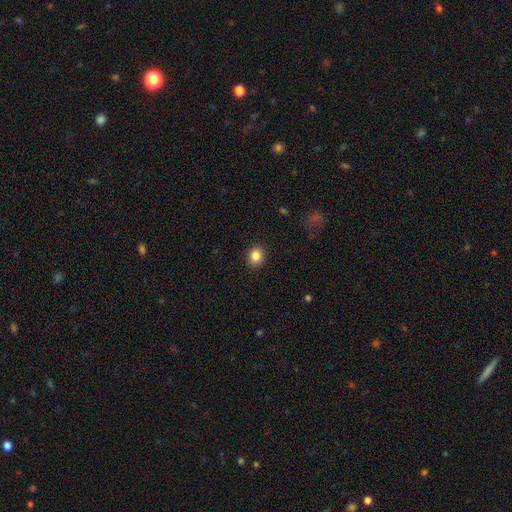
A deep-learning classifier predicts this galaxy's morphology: smooth-or-featured: smooth: 85% | star or artifact: 10% | featured or disk: 5%
  how-rounded: round: 68% | in between: 31% | cigar-shaped: 1%
  merging: none: 89% | minor disturbance: 8% | major disturbance: 2% | merger: 1%